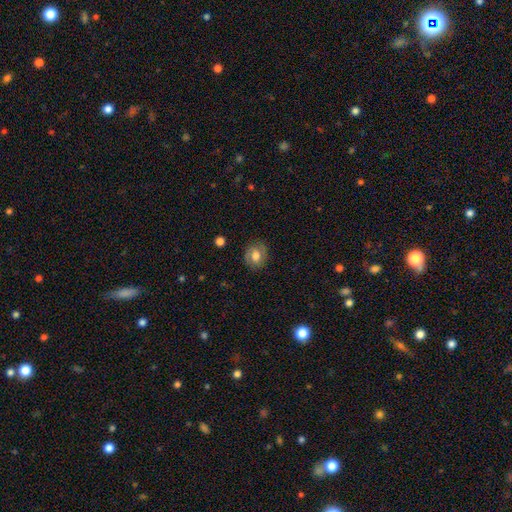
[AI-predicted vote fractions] A smooth galaxy with no disk features (57%) that is round (65%). Merging: none (81%).